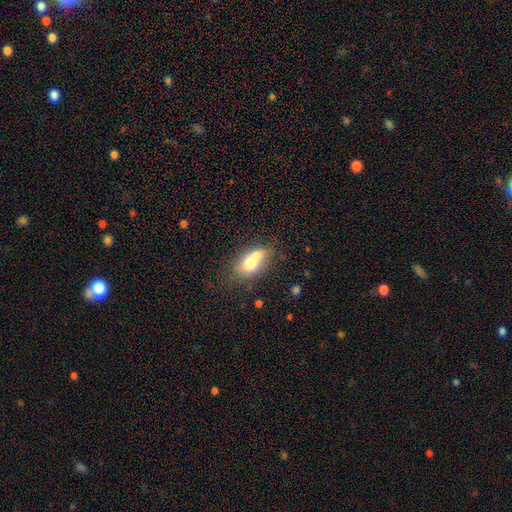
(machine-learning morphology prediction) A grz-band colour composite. It shows a smooth galaxy with no disk features (65%) that is in between round and cigar-shaped (75%). Merging: merger (49%).